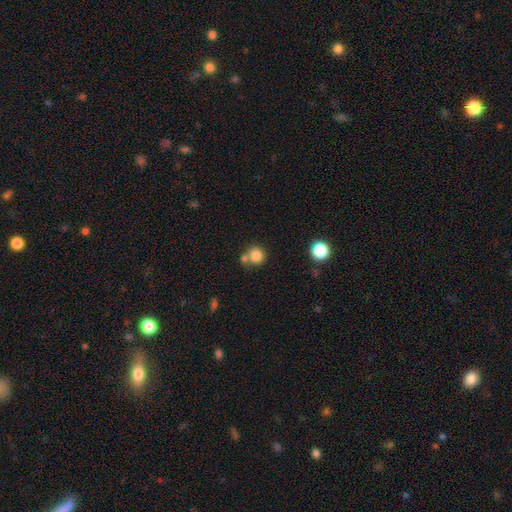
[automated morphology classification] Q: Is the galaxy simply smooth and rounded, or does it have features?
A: smooth — 82%.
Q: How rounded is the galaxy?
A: round — 91%.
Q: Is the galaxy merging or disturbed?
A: none — 59%.